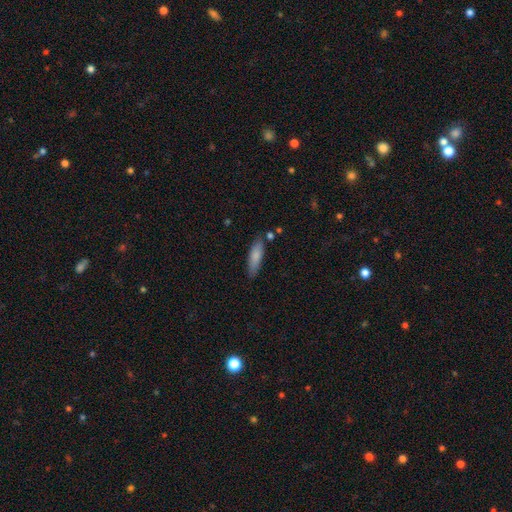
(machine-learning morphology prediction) Smooth or featured?
  - smooth: 81% *
  - featured or disk: 13%
  - star or artifact: 6%
How rounded?
  - cigar-shaped: 57% *
  - in between: 41%
  - round: 2%
Merging?
  - none: 78% *
  - minor disturbance: 15%
  - merger: 4%
  - major disturbance: 3%